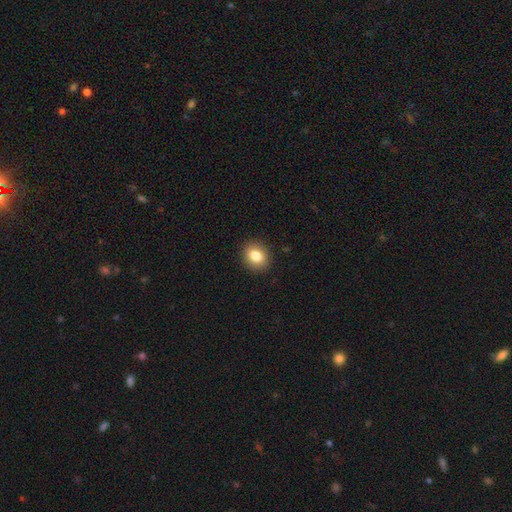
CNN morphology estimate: The model was most divided on "how rounded": round: 64%, in between: 35%, cigar-shaped: 1%. More confident: merging — none (91%); smooth or featured — smooth (83%).